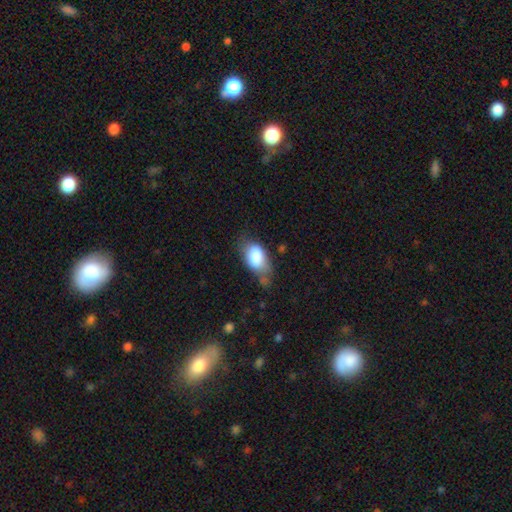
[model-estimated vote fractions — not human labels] A smooth galaxy with no disk features (79%) that is in between round and cigar-shaped (90%). Merging: none (38%).